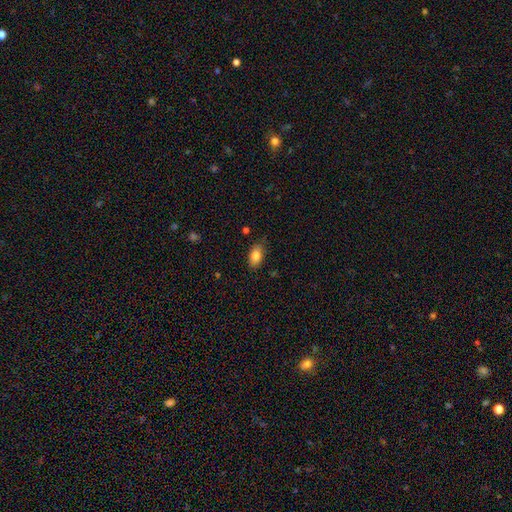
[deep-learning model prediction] This is clearly a smooth galaxy (84%). How rounded: clearly in between (89%). Merging: likely none (79%).